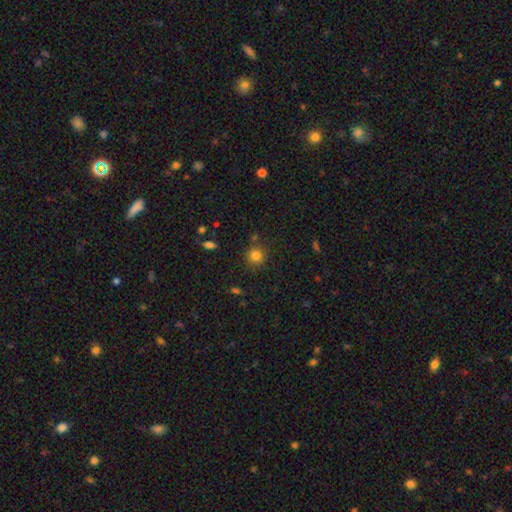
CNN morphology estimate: Q: Smooth or featured?
A: smooth (81%); runner-up: star or artifact (13%)
Q: How rounded?
A: round (91%); runner-up: in between (8%)
Q: Merging?
A: none (84%); runner-up: minor disturbance (9%)